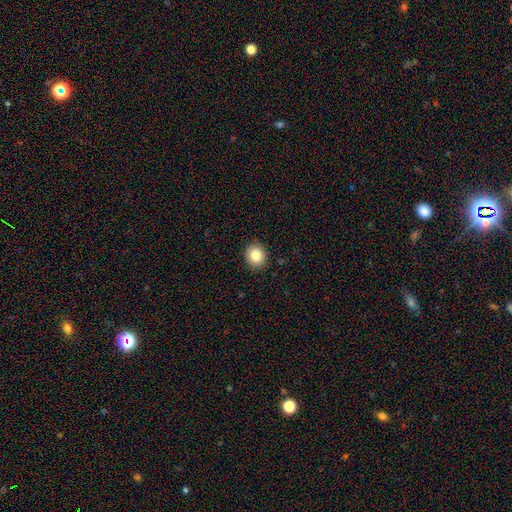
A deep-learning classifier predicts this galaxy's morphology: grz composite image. It shows a smooth galaxy with no disk features (84%) that is round (80%). Merging: none (91%).